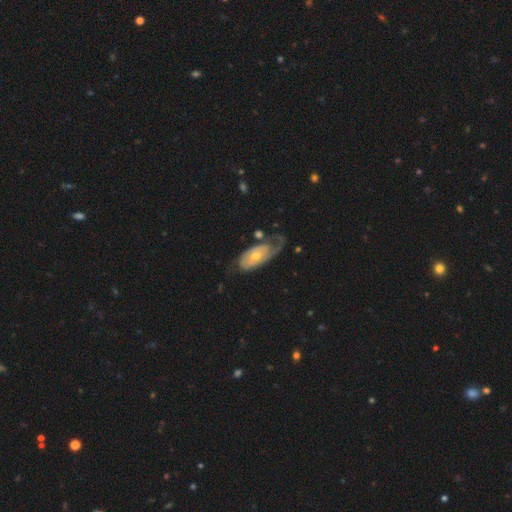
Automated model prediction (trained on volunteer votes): A featured or disk galaxy (70%) with no bar (76%), 1 (36%) tight (50%) spiral arms (80%) and a moderate central bulge (50%).

Vote fractions:
- Smooth or featured? featured or disk: 70% / smooth: 24% / star or artifact: 6%
- Edge-on disk? no: 92% / yes: 8%
- Bar? no: 76% / weak: 19% / strong: 4%
- Spiral arms? yes: 80% / no: 20%
- Spiral winding? tight: 50% / medium: 30% / loose: 20%
- Spiral arm count? 1: 36% / 2: 34% / can't tell: 24% / 3: 3% / 4: 1% / more than 4: 1%
- Bulge size? moderate: 50% / small: 45% / large: 3% / none: 1% / dominant: 1%
- Merging? none: 42% / major disturbance: 29% / minor disturbance: 25% / merger: 5%